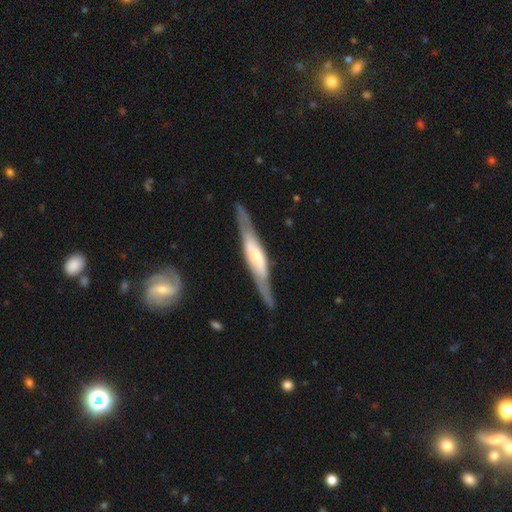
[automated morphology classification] featured or disk 78%, smooth 17%, star or artifact 6%. Down the decision tree: edge-on disk — yes (87%); edge-on bulge — rounded (41%); merging — none (78%).